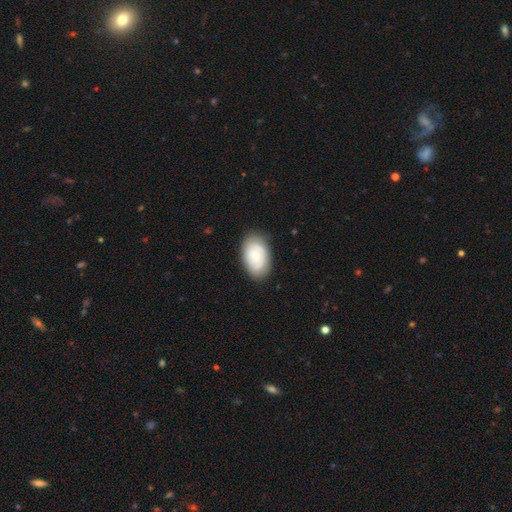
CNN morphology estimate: Q: Smooth or featured?
A: smooth (59%); runner-up: featured or disk (34%)
Q: How rounded?
A: in between (91%); runner-up: round (7%)
Q: Merging?
A: none (80%); runner-up: minor disturbance (15%)